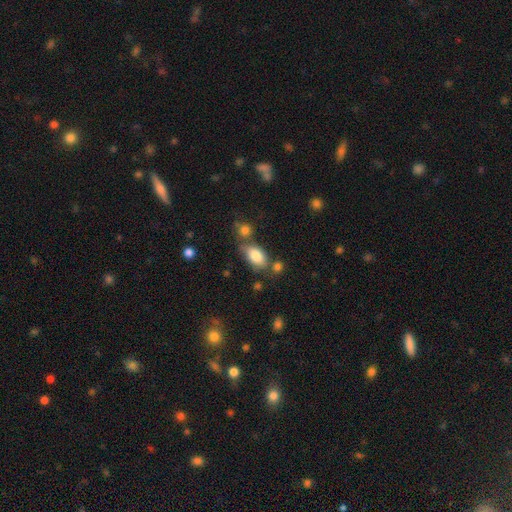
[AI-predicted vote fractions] smooth-or-featured: smooth: 83% | featured or disk: 9% | star or artifact: 8%
  how-rounded: in between: 91% | round: 7% | cigar-shaped: 3%
  merging: none: 60% | minor disturbance: 17% | merger: 17% | major disturbance: 6%